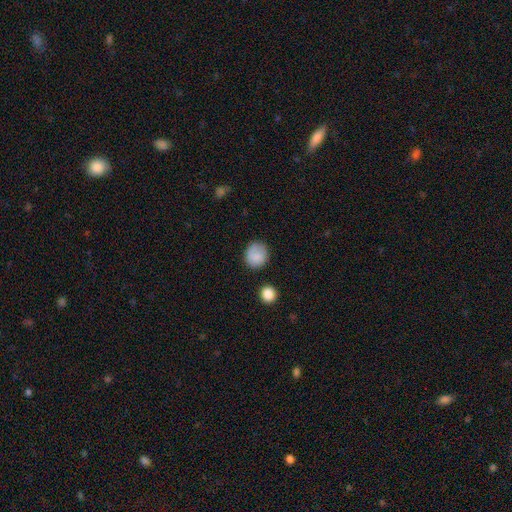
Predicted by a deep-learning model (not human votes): The model was most divided on "how rounded": round: 80%, in between: 19%, cigar-shaped: 1%. More confident: smooth or featured — smooth (84%); merging — none (79%).